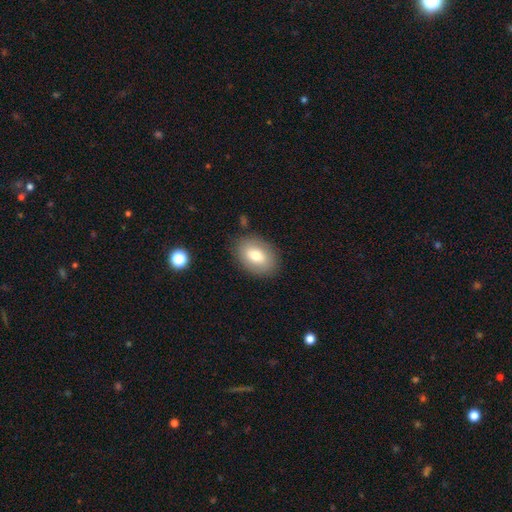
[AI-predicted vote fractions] Morphology: type=smooth (71%); roundness=in between (80%); merging=none (84%).